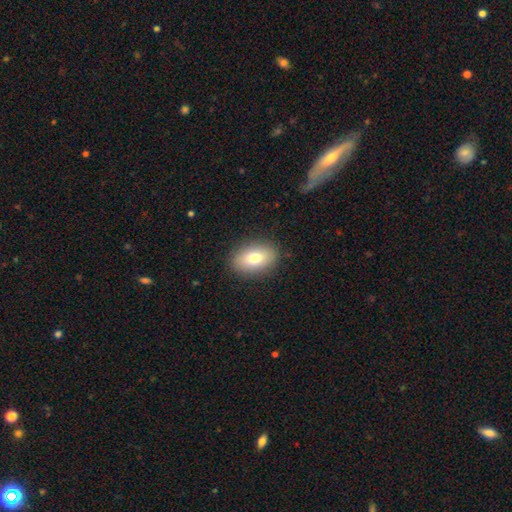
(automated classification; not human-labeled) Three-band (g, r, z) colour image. It shows a smooth galaxy with no disk features (79%) that is in between round and cigar-shaped (87%). Merging: none (88%).